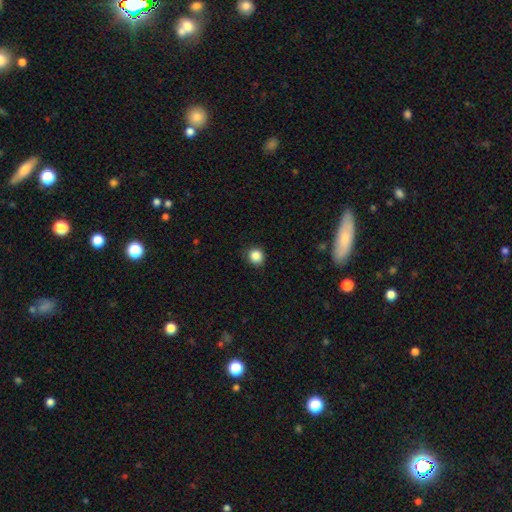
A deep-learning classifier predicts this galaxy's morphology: The model was most divided on "merging": none: 84%, minor disturbance: 12%, major disturbance: 3%, merger: 1%. More confident: how rounded — round (88%); smooth or featured — smooth (86%).